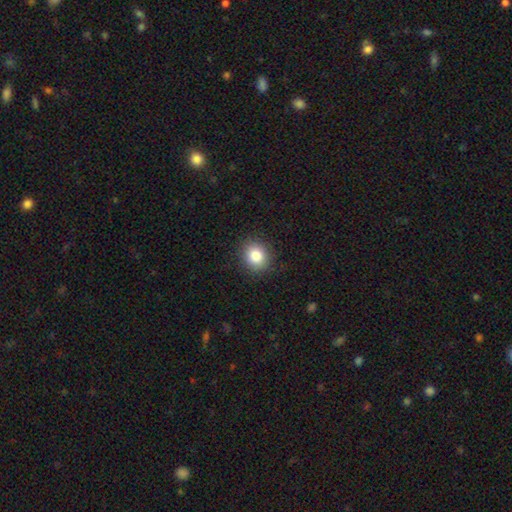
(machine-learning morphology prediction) Q: Smooth or featured?
A: smooth (83%); runner-up: star or artifact (10%)
Q: How rounded?
A: round (74%); runner-up: in between (25%)
Q: Merging?
A: none (90%); runner-up: minor disturbance (7%)